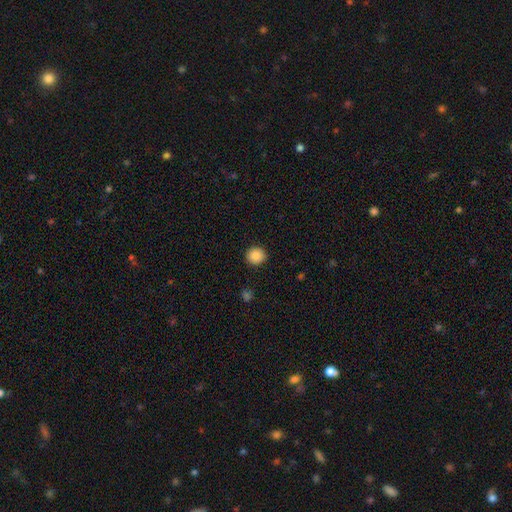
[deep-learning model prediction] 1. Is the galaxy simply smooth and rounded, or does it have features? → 87% smooth, 9% star or artifact, 4% featured or disk.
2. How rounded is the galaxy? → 89% round, 10% in between, 1% cigar-shaped.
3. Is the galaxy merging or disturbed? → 92% none, 5% minor disturbance, 2% major disturbance, 1% merger.